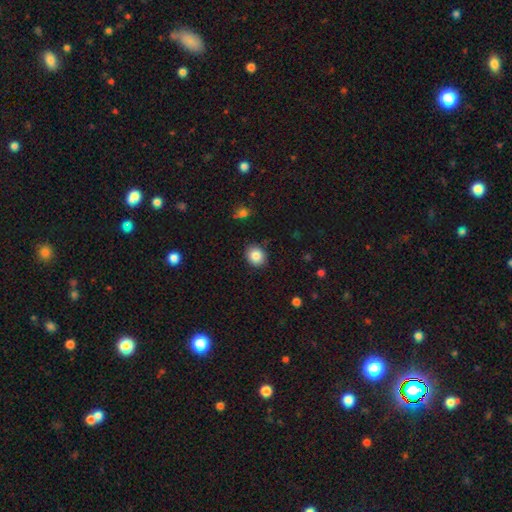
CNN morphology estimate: Smooth or featured?
  - smooth: 85% *
  - star or artifact: 9%
  - featured or disk: 6%
How rounded?
  - round: 75% *
  - in between: 24%
  - cigar-shaped: 1%
Merging?
  - none: 88% *
  - minor disturbance: 8%
  - major disturbance: 2%
  - merger: 1%